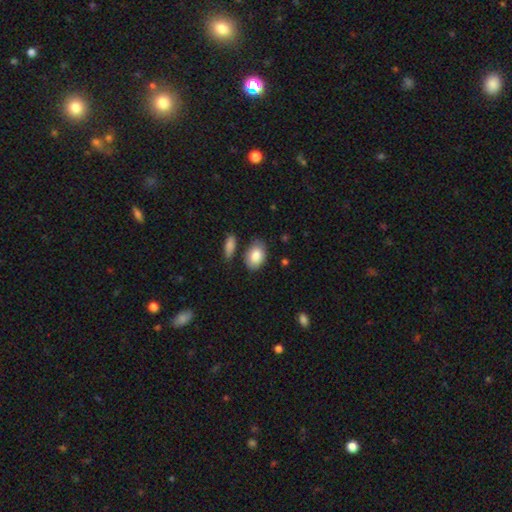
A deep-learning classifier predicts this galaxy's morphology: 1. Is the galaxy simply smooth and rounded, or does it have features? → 85% smooth, 9% featured or disk, 6% star or artifact.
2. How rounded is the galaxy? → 88% in between, 11% round, 1% cigar-shaped.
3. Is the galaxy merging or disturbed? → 69% none, 20% minor disturbance, 6% merger, 5% major disturbance.